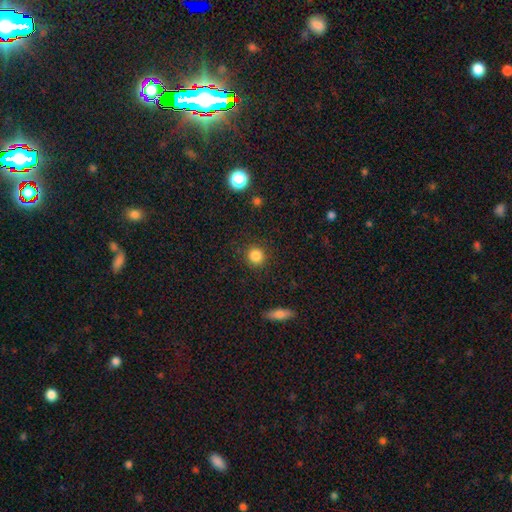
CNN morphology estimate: Smooth or featured? smooth (85%)
How rounded? round (91%)
Merging? none (90%)